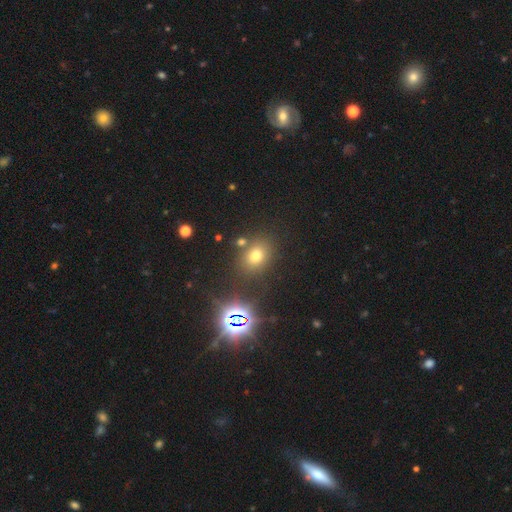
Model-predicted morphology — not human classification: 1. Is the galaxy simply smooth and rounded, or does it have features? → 66% smooth, 24% star or artifact, 10% featured or disk.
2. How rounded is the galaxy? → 50% round, 49% in between, 1% cigar-shaped.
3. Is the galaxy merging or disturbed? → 76% none, 11% minor disturbance, 8% merger, 5% major disturbance.